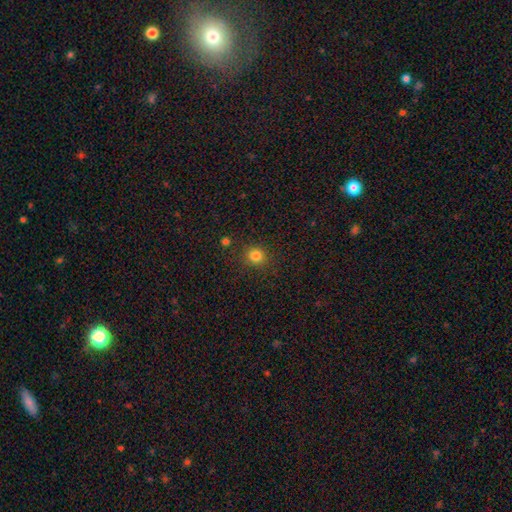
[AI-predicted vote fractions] Q: Smooth or featured?
A: smooth (82%); runner-up: star or artifact (14%)
Q: How rounded?
A: round (86%); runner-up: in between (13%)
Q: Merging?
A: none (87%); runner-up: minor disturbance (8%)